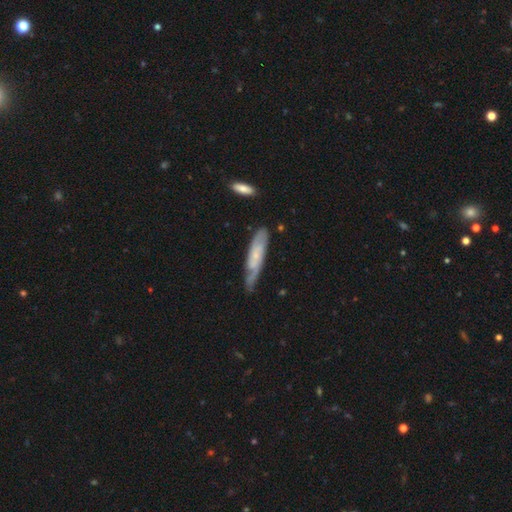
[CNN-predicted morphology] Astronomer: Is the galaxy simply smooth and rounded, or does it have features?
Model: featured or disk — 58% (runner-up: smooth, 35%).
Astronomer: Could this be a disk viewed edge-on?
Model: no — 63%.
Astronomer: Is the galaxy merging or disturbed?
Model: none — 60%.